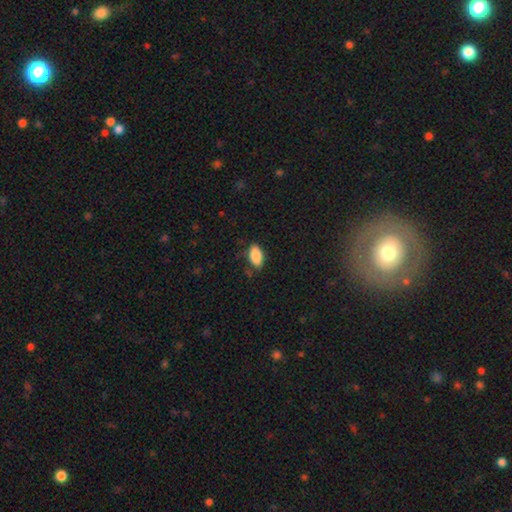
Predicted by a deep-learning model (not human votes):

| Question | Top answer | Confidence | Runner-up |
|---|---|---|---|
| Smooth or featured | smooth | 87% | star or artifact (7%) |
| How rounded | in between | 92% | cigar-shaped (4%) |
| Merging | none | 79% | minor disturbance (16%) |